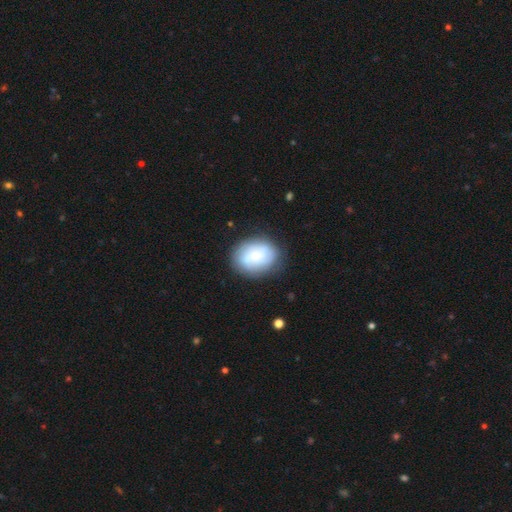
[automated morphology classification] A smooth galaxy with no disk features (58%) that is in between round and cigar-shaped (57%).

Vote fractions:
- Smooth or featured? smooth: 58% / featured or disk: 34% / star or artifact: 8%
- How rounded? in between: 57% / round: 42% / cigar-shaped: 1%
- Merging? none: 75% / minor disturbance: 17% / major disturbance: 6% / merger: 2%